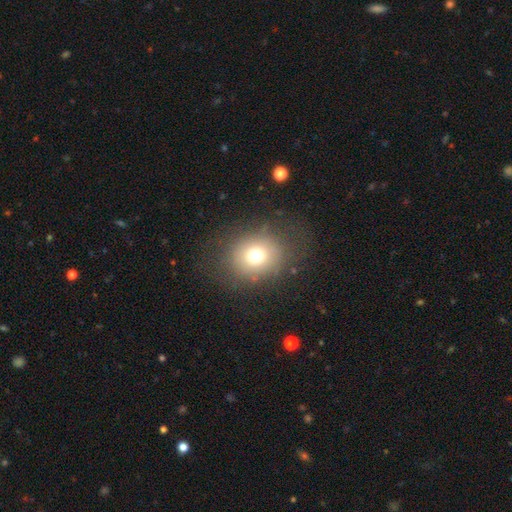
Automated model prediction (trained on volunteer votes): The model was most divided on "how rounded": round: 76%, in between: 23%, cigar-shaped: 1%. More confident: merging — none (79%); smooth or featured — smooth (71%).